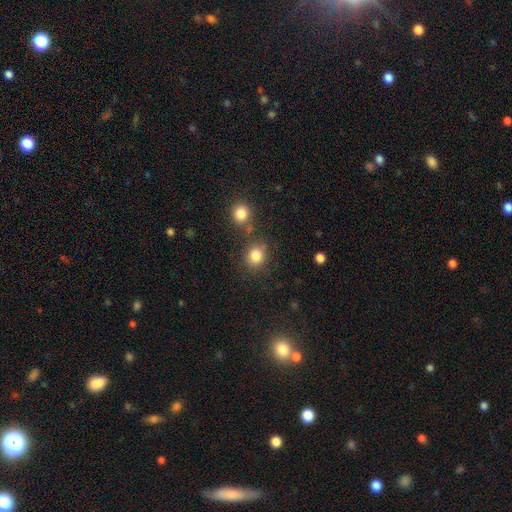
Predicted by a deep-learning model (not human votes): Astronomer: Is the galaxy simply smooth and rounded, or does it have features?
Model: smooth — 83%.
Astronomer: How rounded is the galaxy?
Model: round — 78%.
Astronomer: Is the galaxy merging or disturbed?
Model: none — 72%.